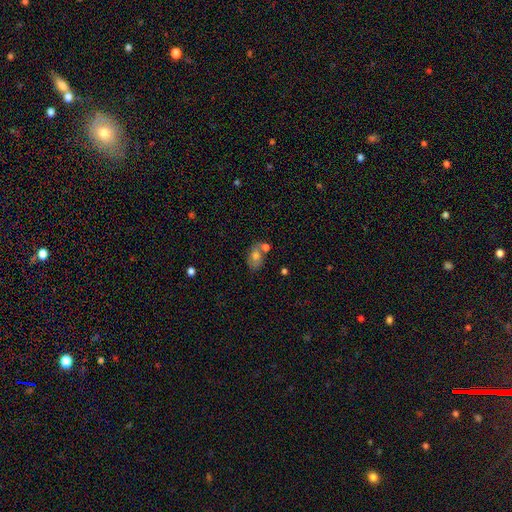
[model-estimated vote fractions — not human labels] Morphology: type=smooth (61%); roundness=in between (83%); merging=none (57%).